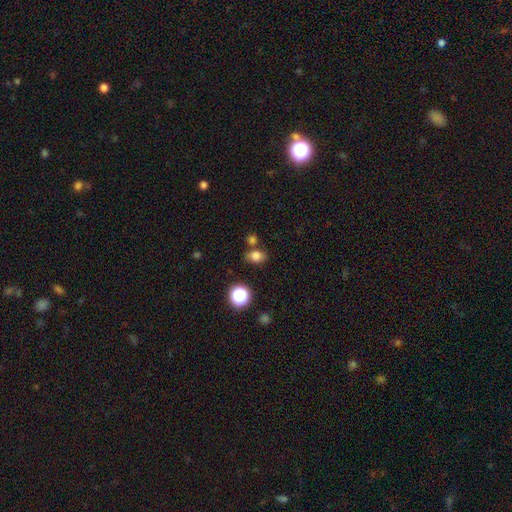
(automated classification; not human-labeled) Smooth or featured? smooth (78%)
How rounded? in between (61%)
Merging? none (65%)